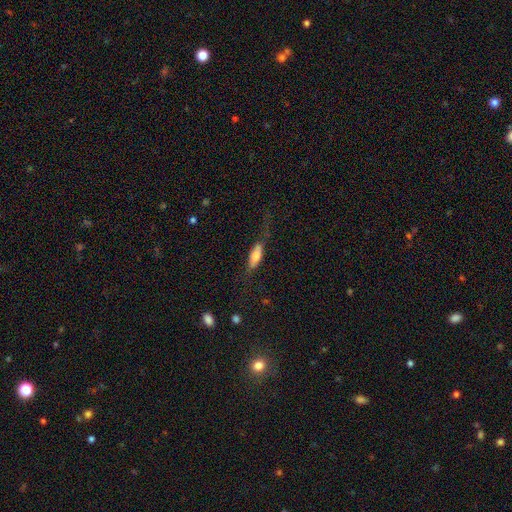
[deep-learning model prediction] Smooth or featured: smooth — 68% (featured or disk — 25%)
How rounded: in between — 61% (cigar-shaped — 36%)
Merging: none — 55% (minor disturbance — 24%)